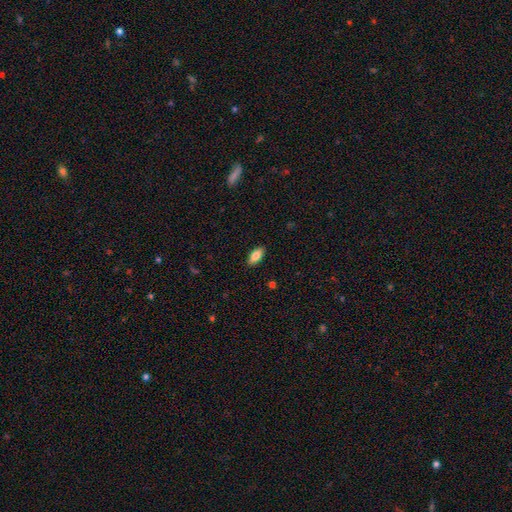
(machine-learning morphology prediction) This is clearly a smooth galaxy (83%). How rounded: clearly in between (88%). Merging: clearly none (89%).